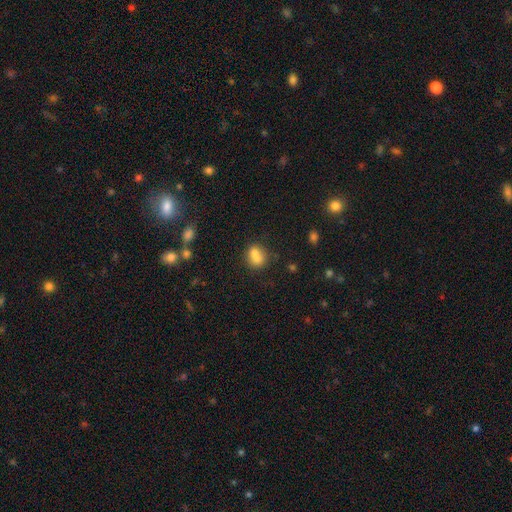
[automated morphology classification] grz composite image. It shows a smooth galaxy with no disk features (78%) that is in between round and cigar-shaped (61%). Merging: none (50%).